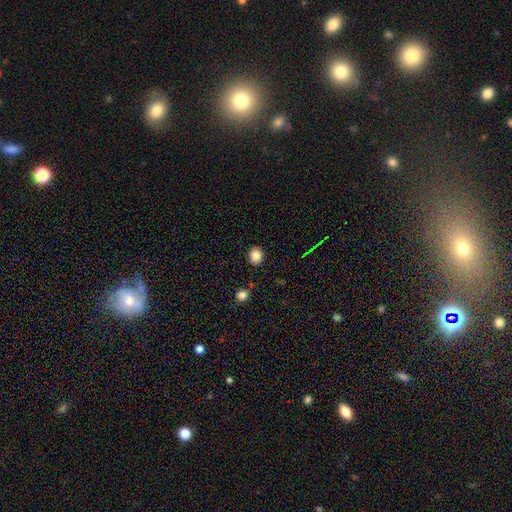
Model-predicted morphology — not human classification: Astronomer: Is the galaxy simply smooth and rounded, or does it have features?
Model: smooth — 84%.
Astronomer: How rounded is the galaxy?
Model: round — 76%.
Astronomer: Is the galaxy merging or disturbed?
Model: none — 89%.